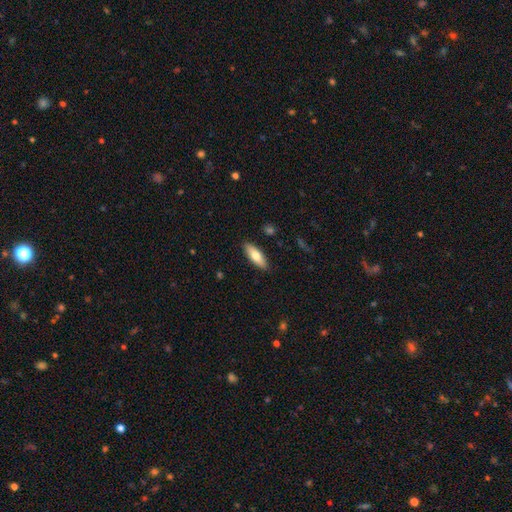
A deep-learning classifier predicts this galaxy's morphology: A smooth galaxy with no disk features (72%) that is in between round and cigar-shaped (63%).

Vote fractions:
- Smooth or featured? smooth: 72% / featured or disk: 22% / star or artifact: 6%
- How rounded? in between: 63% / cigar-shaped: 35% / round: 2%
- Merging? none: 89% / minor disturbance: 8% / major disturbance: 2% / merger: 1%